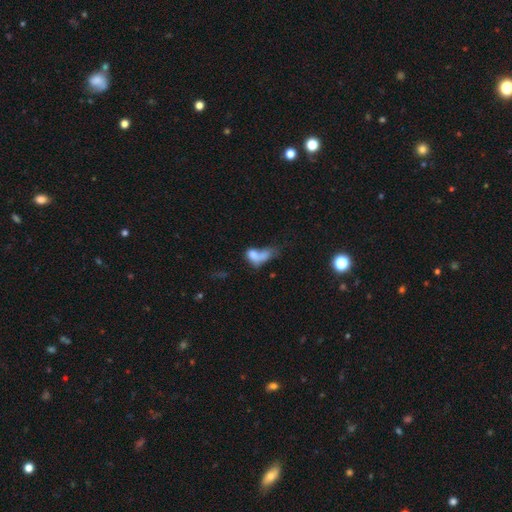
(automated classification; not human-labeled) Overall: smooth (67%). How rounded: in between (76%). Merging: merger (48%; major disturbance 24%).